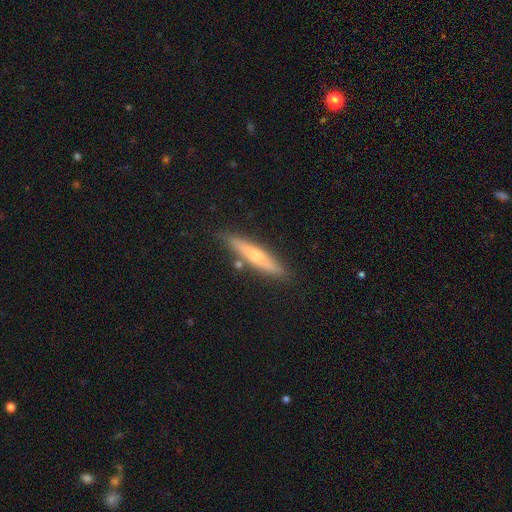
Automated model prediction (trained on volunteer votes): Smooth or featured: smooth — 51% (featured or disk — 43%)
How rounded: cigar-shaped — 90% (in between — 8%)
Merging: none — 81% (minor disturbance — 12%)